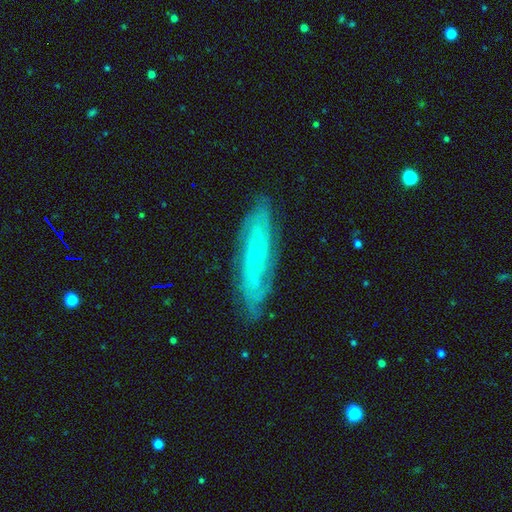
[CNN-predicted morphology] Overall: featured or disk (73%). Edge-on disk: no (72%). Bar: no (68%). Spiral arms: yes (88%). Bulge size: small (82%). Merging: none (82%).